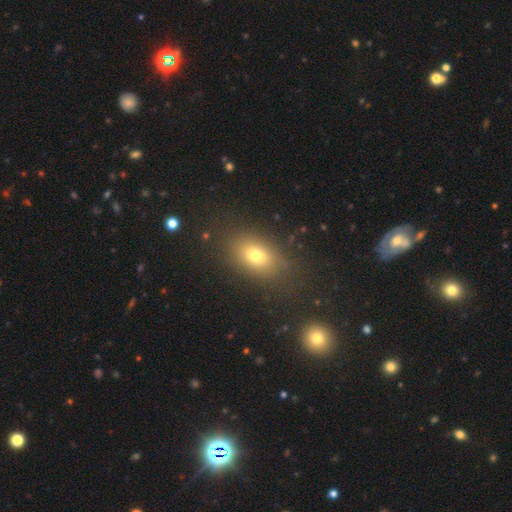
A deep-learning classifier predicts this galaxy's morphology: Smooth or featured? smooth (72%)
How rounded? in between (76%)
Merging? none (81%)